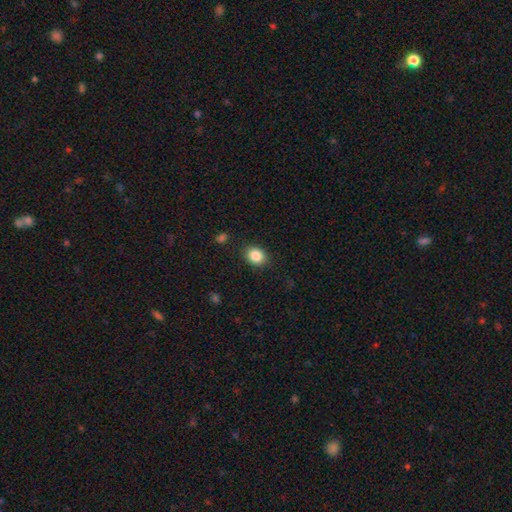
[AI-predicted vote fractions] A smooth galaxy with no disk features (86%) that is round (58%).

Vote fractions:
- Smooth or featured? smooth: 86% / star or artifact: 9% / featured or disk: 5%
- How rounded? round: 58% / in between: 42% / cigar-shaped: 1%
- Merging? none: 87% / minor disturbance: 9% / major disturbance: 3% / merger: 1%